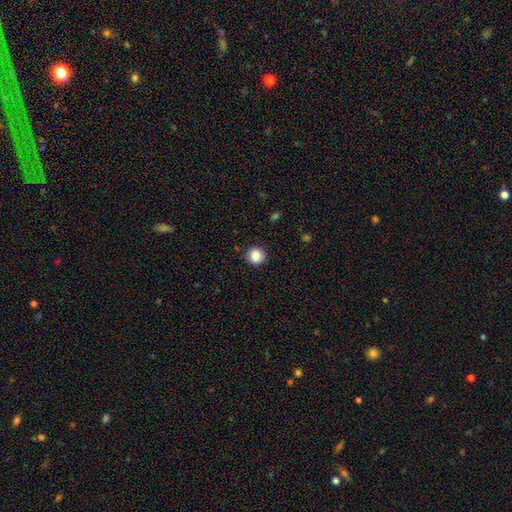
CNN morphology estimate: A smooth galaxy with no disk features (87%) that is round (91%).

Vote fractions:
- Smooth or featured? smooth: 87% / star or artifact: 10% / featured or disk: 3%
- How rounded? round: 91% / in between: 8% / cigar-shaped: 1%
- Merging? none: 89% / minor disturbance: 8% / major disturbance: 2% / merger: 1%